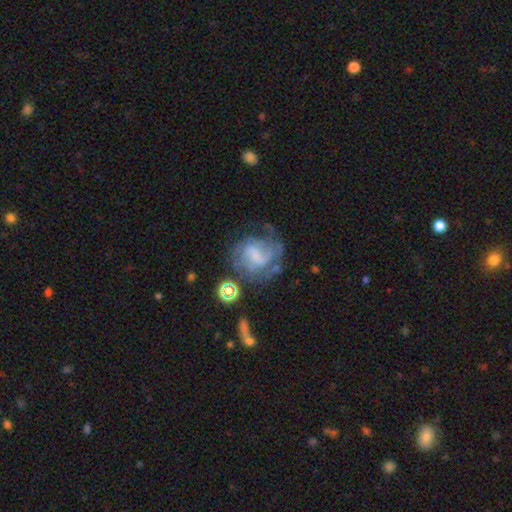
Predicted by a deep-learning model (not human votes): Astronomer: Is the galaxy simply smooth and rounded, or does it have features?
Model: featured or disk — 67%.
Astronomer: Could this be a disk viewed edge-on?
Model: no — 97%.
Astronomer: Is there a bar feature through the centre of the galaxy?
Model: weak — 44% (runner-up: no, 39%).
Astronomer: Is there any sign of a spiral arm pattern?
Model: yes — 78%.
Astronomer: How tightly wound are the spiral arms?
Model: medium — 41% (runner-up: tight, 31%).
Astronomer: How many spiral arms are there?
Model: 2 — 36% (runner-up: can't tell, 34%).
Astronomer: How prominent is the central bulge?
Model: none — 52%.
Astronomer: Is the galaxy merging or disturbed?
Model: none — 43% (runner-up: major disturbance, 29%).